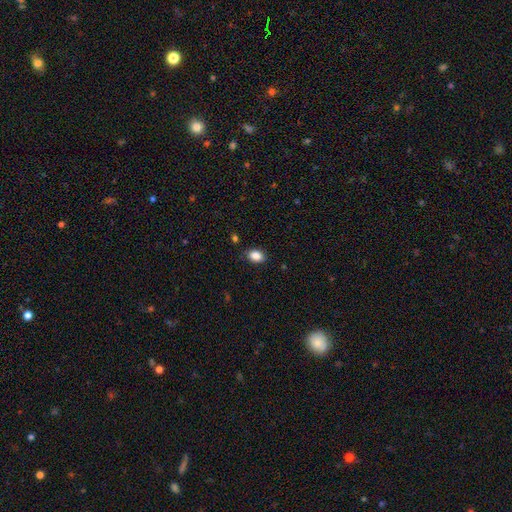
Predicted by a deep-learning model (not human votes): Smooth or featured: smooth — 87% (star or artifact — 9%)
How rounded: in between — 77% (round — 22%)
Merging: none — 82% (minor disturbance — 13%)